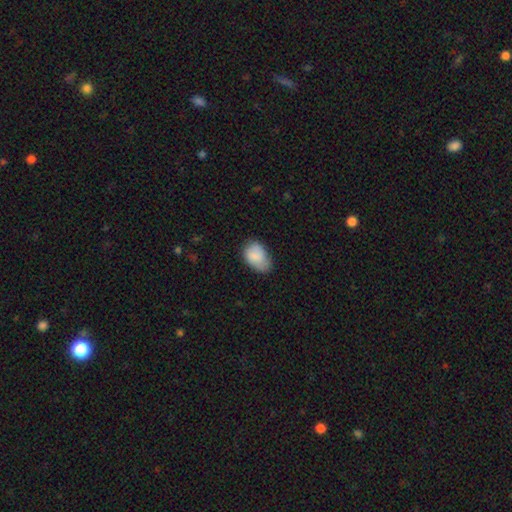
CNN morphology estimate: A smooth galaxy with no disk features (82%) that is in between round and cigar-shaped (86%).

Vote fractions:
- Smooth or featured? smooth: 82% / featured or disk: 11% / star or artifact: 7%
- How rounded? in between: 86% / round: 13% / cigar-shaped: 1%
- Merging? none: 56% / minor disturbance: 34% / major disturbance: 8% / merger: 2%